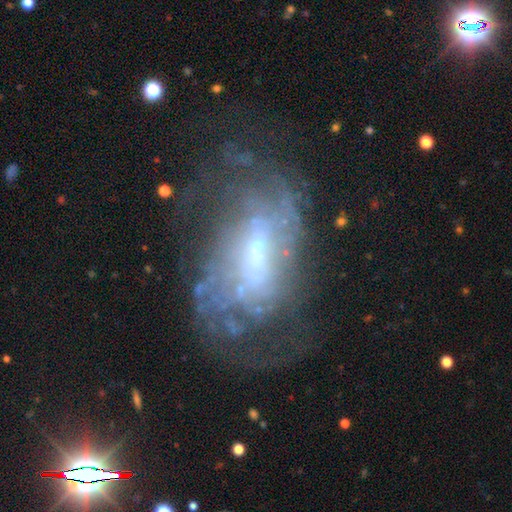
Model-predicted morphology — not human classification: Smooth or featured: featured or disk — 80% (smooth — 12%)
Edge-on disk: no — 93% (yes — 7%)
Bar: weak — 47% (strong — 28%)
Spiral arms: yes — 80% (no — 20%)
Spiral winding: tight — 38% (medium — 37%)
Spiral arm count: can't tell — 51% (2 — 24%)
Bulge size: small — 55% (moderate — 30%)
Merging: none — 55% (major disturbance — 23%)